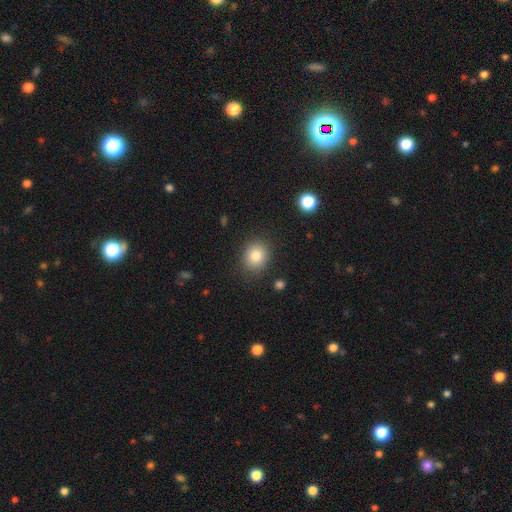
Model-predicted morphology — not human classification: type=smooth (84%); roundness=round (67%); merging=none (86%).